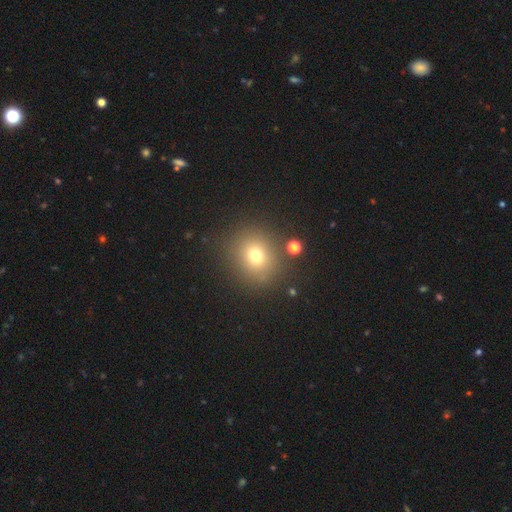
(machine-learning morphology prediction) Smooth or featured? Predicted: smooth (p=0.72). How rounded? Predicted: round (p=0.80). Merging? Predicted: none (p=0.84).